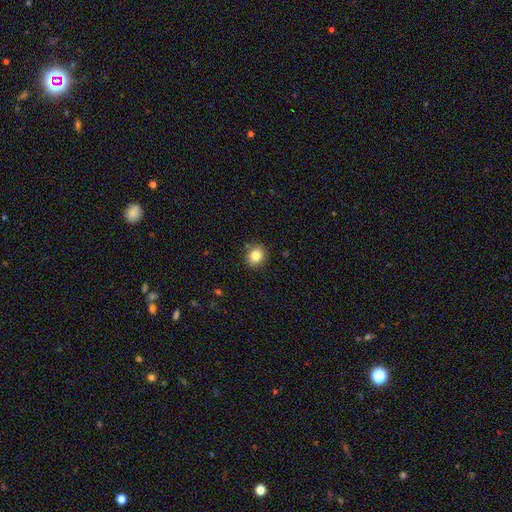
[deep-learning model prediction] The model was most divided on "how rounded": round: 78%, in between: 21%, cigar-shaped: 1%. More confident: merging — none (87%); smooth or featured — smooth (83%).